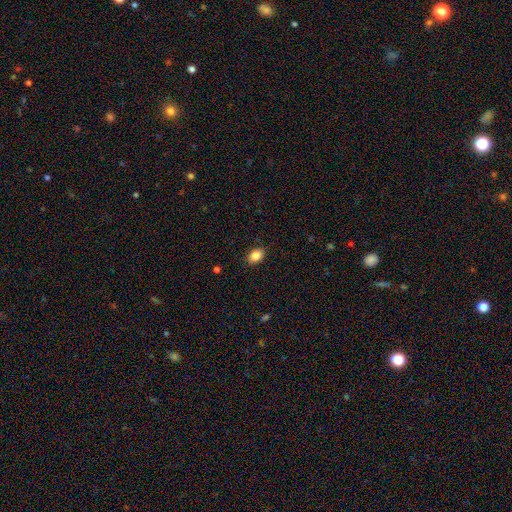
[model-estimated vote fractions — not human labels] A smooth galaxy with no disk features (86%) that is in between round and cigar-shaped (79%).

Vote fractions:
- Smooth or featured? smooth: 86% / star or artifact: 9% / featured or disk: 5%
- How rounded? in between: 79% / round: 20% / cigar-shaped: 1%
- Merging? none: 88% / minor disturbance: 9% / major disturbance: 2% / merger: 1%